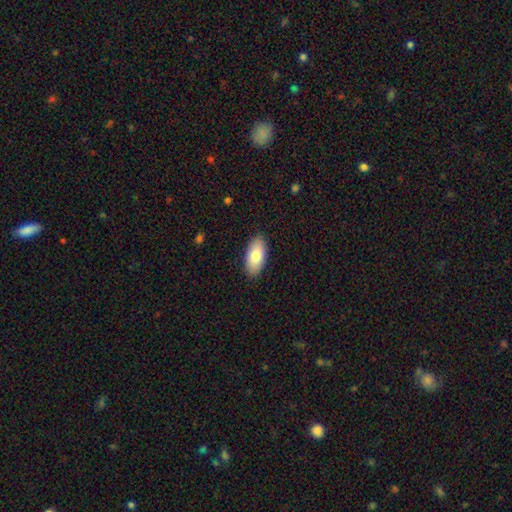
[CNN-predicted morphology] Overall: smooth (81%). How rounded: in between (92%). Merging: none (88%).